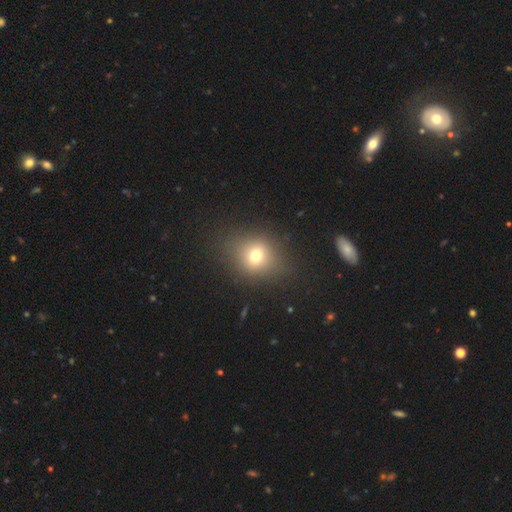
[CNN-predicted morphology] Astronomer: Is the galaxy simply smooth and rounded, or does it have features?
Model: smooth — 71%.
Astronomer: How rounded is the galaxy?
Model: round — 66%.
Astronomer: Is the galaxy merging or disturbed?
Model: none — 81%.